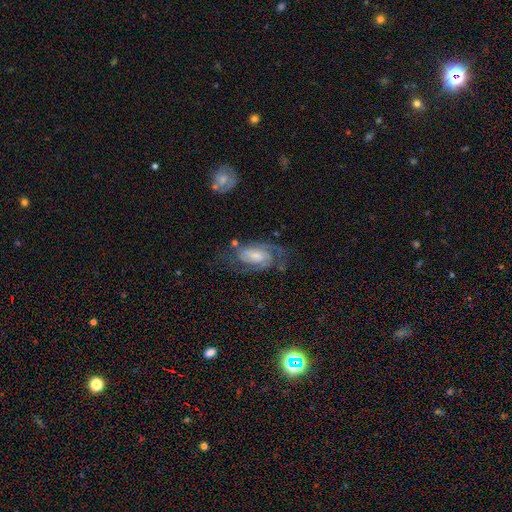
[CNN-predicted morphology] A featured or disk galaxy (82%) with no bar (48%), 2 (57%) tight (47%) spiral arms (95%) and a small central bulge (52%). Merging: none (58%).